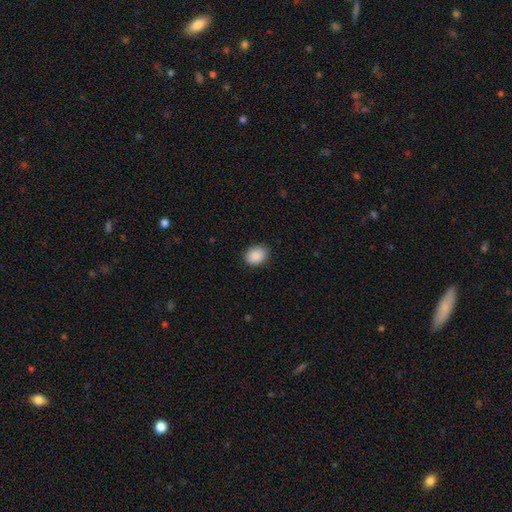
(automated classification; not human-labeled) Overall: smooth (90%). How rounded: in between (65%; round 35%). Merging: none (84%).